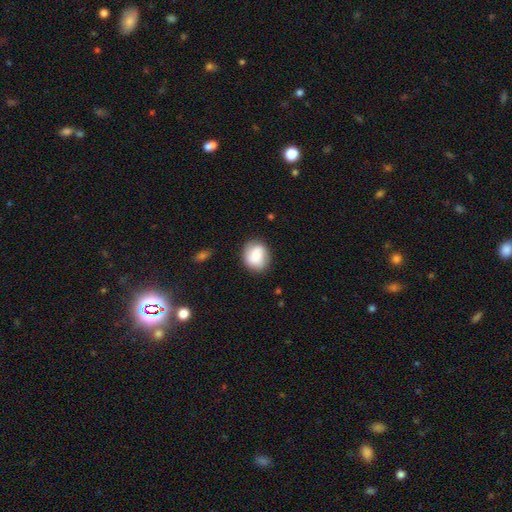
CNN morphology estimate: This is likely a smooth galaxy (72%). How rounded: likely round (69%). Merging: clearly none (82%).